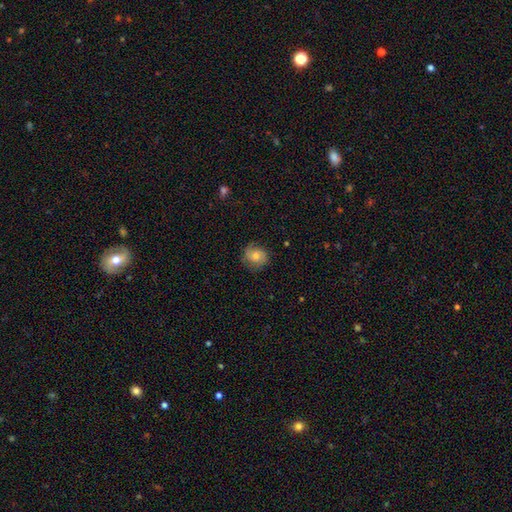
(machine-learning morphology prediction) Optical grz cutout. It shows a smooth galaxy with no disk features (57%) that is round (78%). Merging: none (76%).